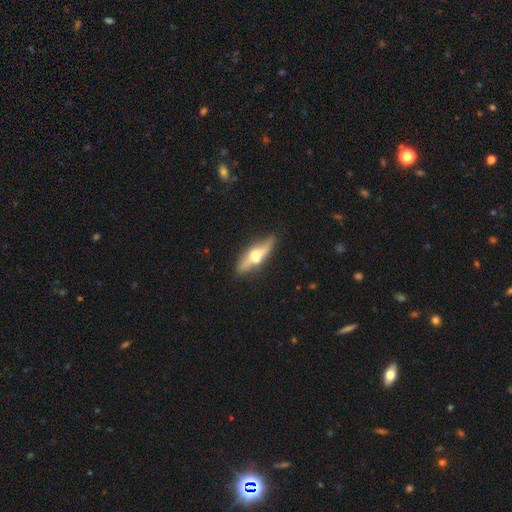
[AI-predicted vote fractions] Overall: featured or disk (57%; smooth 37%). Edge-on disk: yes (83%). Merging: none (75%).